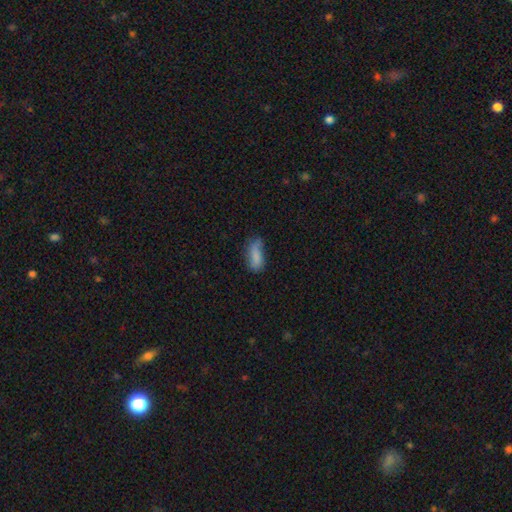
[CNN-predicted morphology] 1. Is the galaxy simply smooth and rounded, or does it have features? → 76% smooth, 16% featured or disk, 8% star or artifact.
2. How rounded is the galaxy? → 79% in between, 19% cigar-shaped, 3% round.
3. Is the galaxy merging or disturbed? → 49% none, 34% minor disturbance, 13% major disturbance, 3% merger.